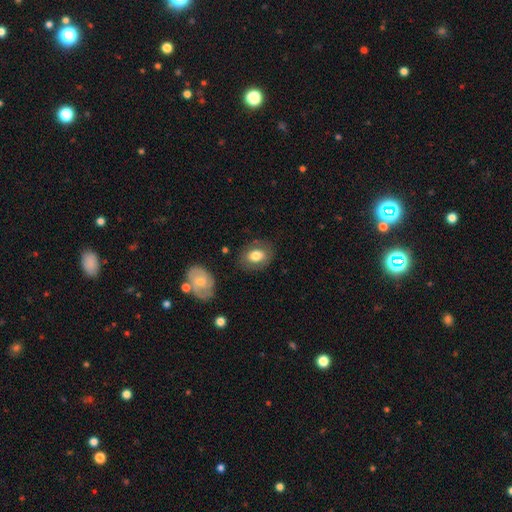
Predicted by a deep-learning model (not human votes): A smooth galaxy with no disk features (74%) that is in between round and cigar-shaped (63%).

Vote fractions:
- Smooth or featured? smooth: 74% / featured or disk: 19% / star or artifact: 7%
- How rounded? in between: 63% / round: 36% / cigar-shaped: 1%
- Merging? none: 78% / minor disturbance: 14% / major disturbance: 5% / merger: 2%